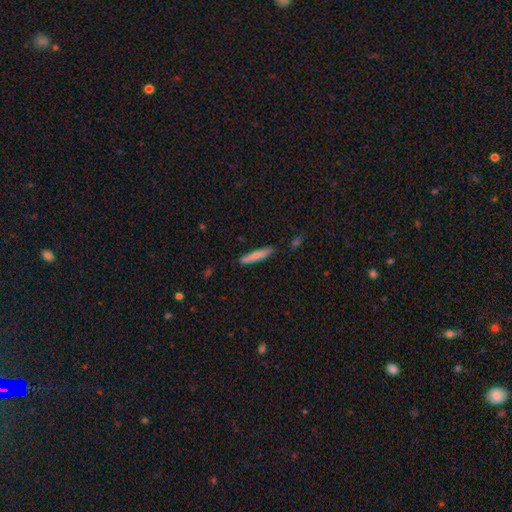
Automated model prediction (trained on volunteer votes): smooth 74%, featured or disk 21%, star or artifact 6%. Down the decision tree: how rounded — cigar-shaped (92%); merging — none (87%).